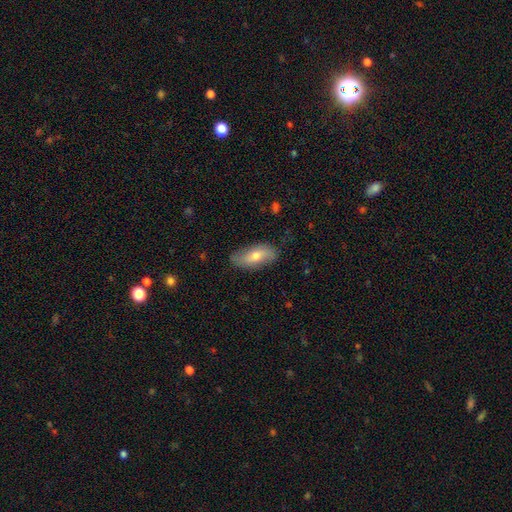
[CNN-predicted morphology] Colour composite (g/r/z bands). It shows a smooth galaxy with no disk features (60%) that is in between round and cigar-shaped (83%). Merging: none (79%).